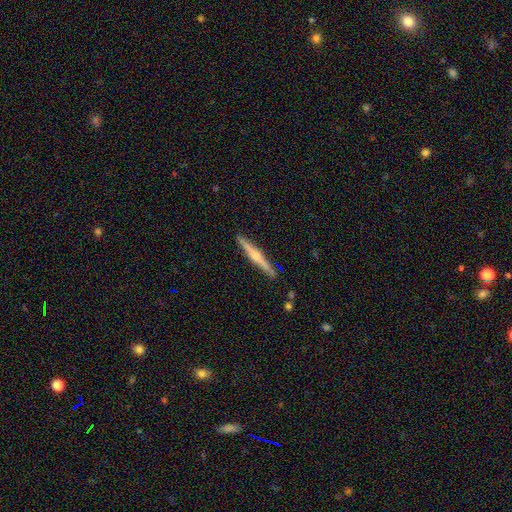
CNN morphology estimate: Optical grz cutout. It shows a featured or disk galaxy (66%) viewed edge-on (98%) with a rounded central bulge (81%). Merging: none (91%).